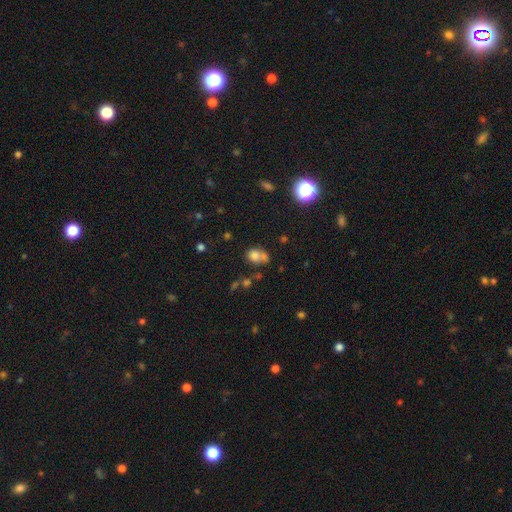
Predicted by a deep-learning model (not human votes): Morphology: type=smooth (73%); roundness=round (55%); merging=merger (44%).